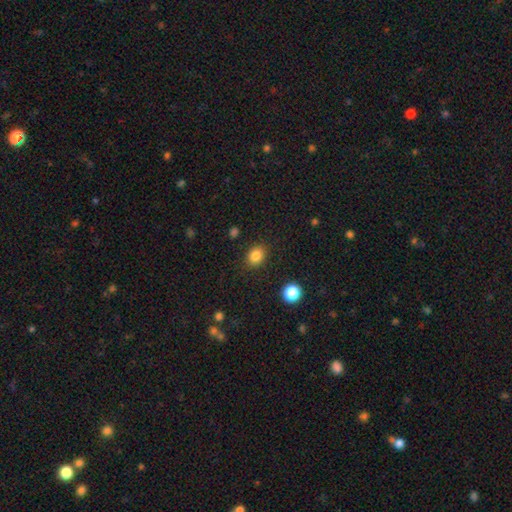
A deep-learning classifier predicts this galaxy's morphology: Smooth or featured? Predicted: smooth (p=0.84). How rounded? Predicted: in between (p=0.50). Merging? Predicted: none (p=0.87).